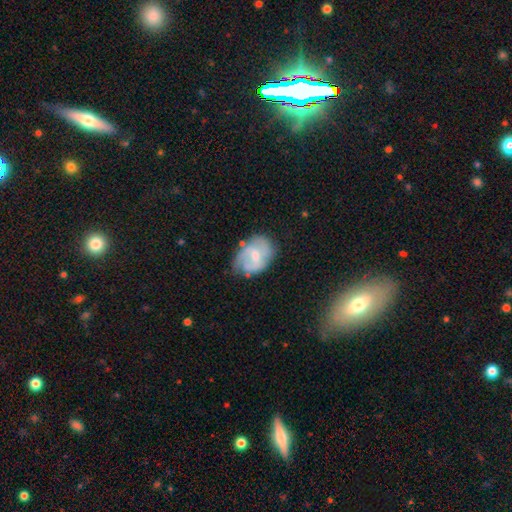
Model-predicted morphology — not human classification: This appears to be a featured or disk galaxy (62%) with a weak bar (54%), spiral arms (73%) and a moderate central bulge (51%). Merging: none (52%).